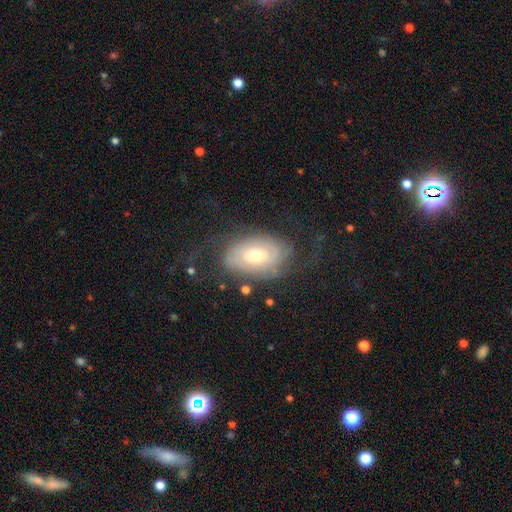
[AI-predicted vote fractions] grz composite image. It shows a featured or disk galaxy (68%) with no bar (73%), tight (61%) spiral arms (79%) and a moderate central bulge (56%). Merging: none (62%).